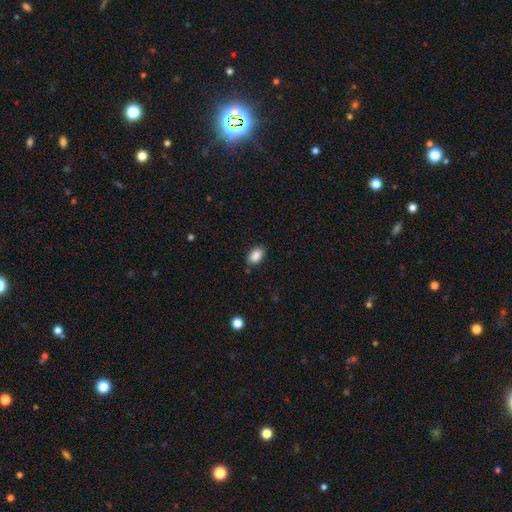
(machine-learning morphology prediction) Q: Smooth or featured?
A: smooth (88%); runner-up: star or artifact (8%)
Q: How rounded?
A: in between (90%); runner-up: round (9%)
Q: Merging?
A: none (85%); runner-up: minor disturbance (11%)